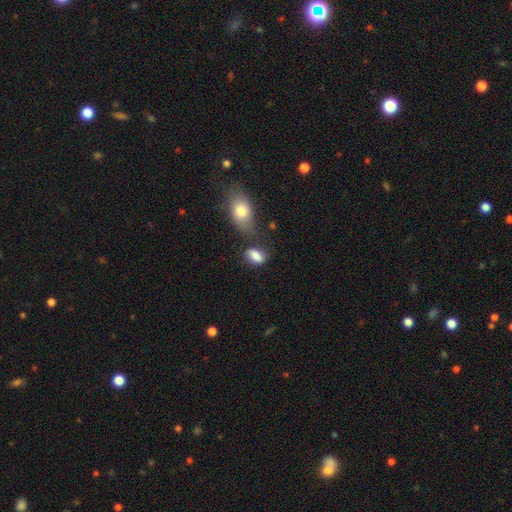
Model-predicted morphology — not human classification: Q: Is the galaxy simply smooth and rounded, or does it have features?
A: smooth — 83%.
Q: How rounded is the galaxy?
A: in between — 86%.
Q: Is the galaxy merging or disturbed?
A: none — 52%.